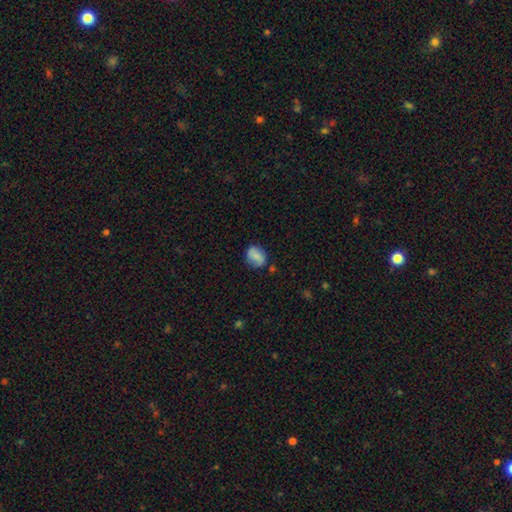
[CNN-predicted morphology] smooth 69%, featured or disk 22%, star or artifact 9%. Down the decision tree: how rounded — round (52%); merging — none (70%).